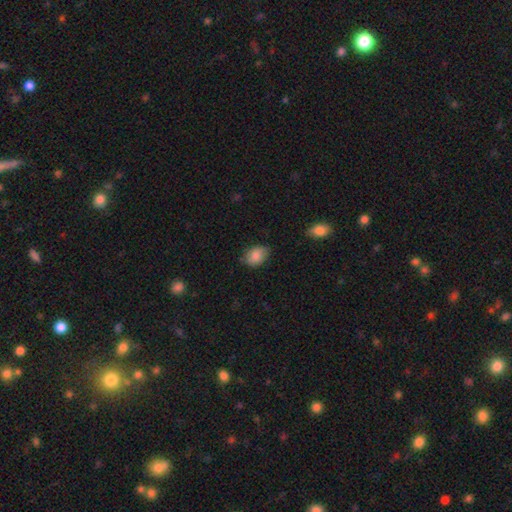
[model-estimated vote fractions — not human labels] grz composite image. It shows a smooth galaxy with no disk features (82%) that is in between round and cigar-shaped (74%). Merging: none (77%).